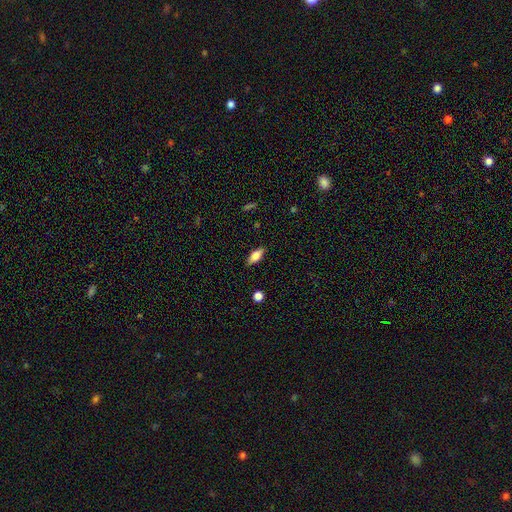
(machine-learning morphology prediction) Overall: smooth (71%). How rounded: in between (78%). Merging: none (86%).